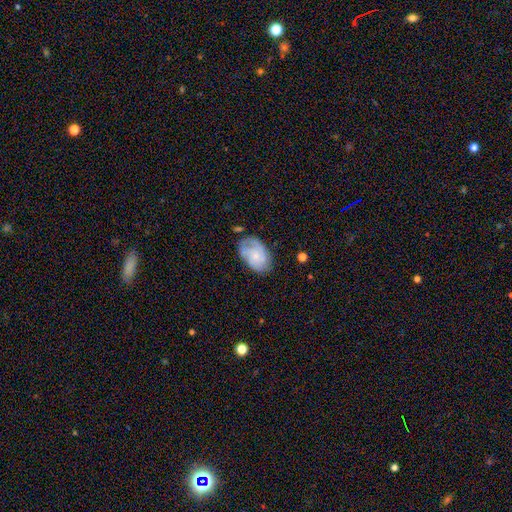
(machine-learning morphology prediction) Smooth or featured?
  - featured or disk: 53% *
  - smooth: 40%
  - star or artifact: 7%
Edge-on disk?
  - no: 96% *
  - yes: 4%
Bar?
  - no: 78% *
  - weak: 20%
  - strong: 3%
Spiral arms?
  - yes: 80% *
  - no: 20%
Bulge size?
  - small: 65% *
  - moderate: 24%
  - none: 8%
  - large: 2%
  - dominant: 1%
Merging?
  - none: 59% *
  - minor disturbance: 27%
  - major disturbance: 11%
  - merger: 3%